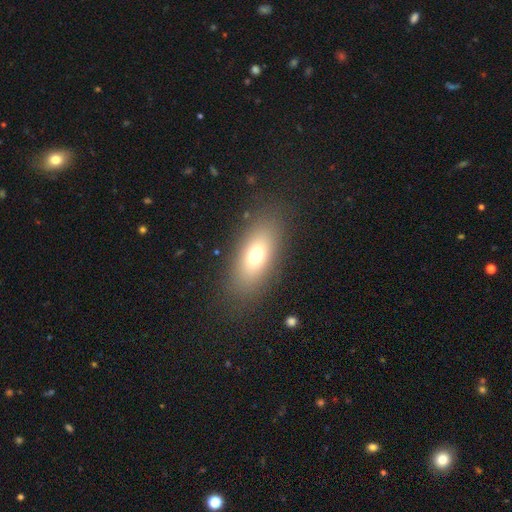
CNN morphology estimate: The model was most divided on "smooth or featured": smooth: 71%, featured or disk: 18%, star or artifact: 11%. More confident: merging — none (84%); how rounded — in between (82%).